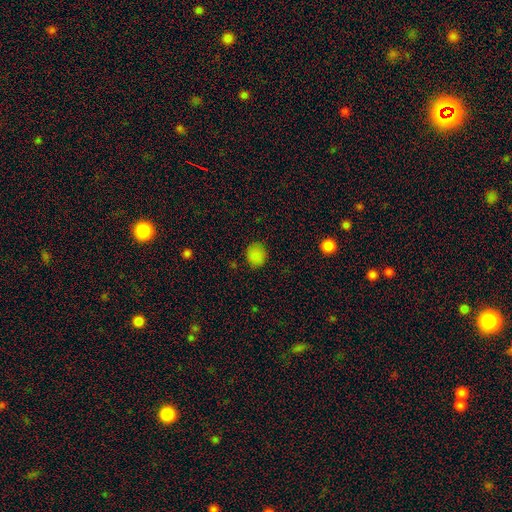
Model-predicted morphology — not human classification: Smooth or featured? Predicted: smooth (p=0.84). How rounded? Predicted: round (p=0.75). Merging? Predicted: none (p=0.85).